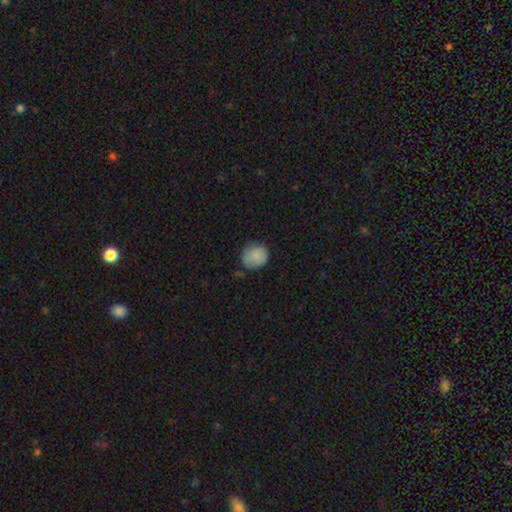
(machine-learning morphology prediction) Smooth or featured: smooth — 84% (featured or disk — 9%)
How rounded: round — 76% (in between — 23%)
Merging: none — 68% (minor disturbance — 25%)